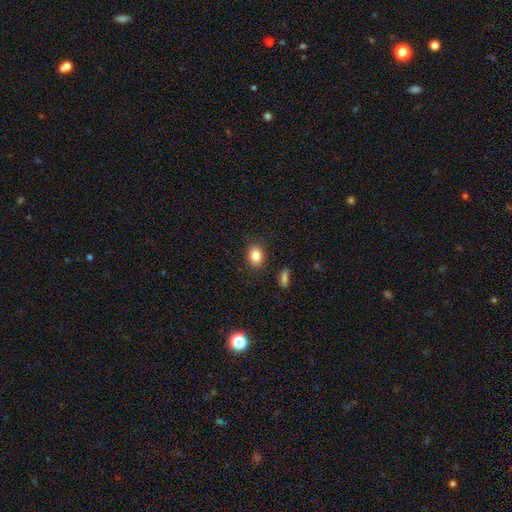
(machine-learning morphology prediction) smooth-or-featured: smooth: 84% | star or artifact: 9% | featured or disk: 6%
  how-rounded: in between: 66% | round: 33% | cigar-shaped: 1%
  merging: none: 86% | minor disturbance: 10% | major disturbance: 3% | merger: 2%